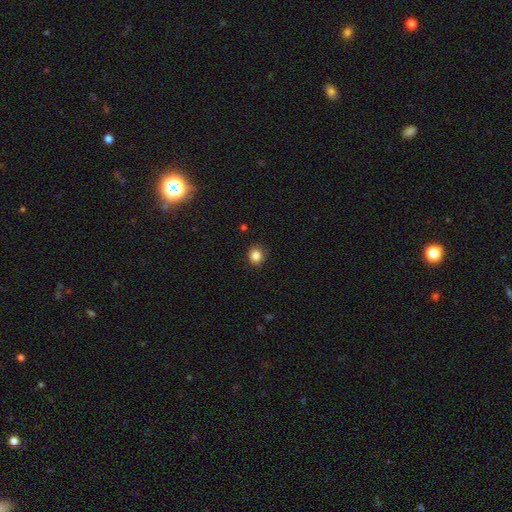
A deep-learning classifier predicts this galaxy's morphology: smooth_or_featured: smooth (p=0.85) [alt: star or artifact p=0.11]
how_rounded: round (p=0.84) [alt: in between p=0.15]
merging: none (p=0.90) [alt: minor disturbance p=0.07]